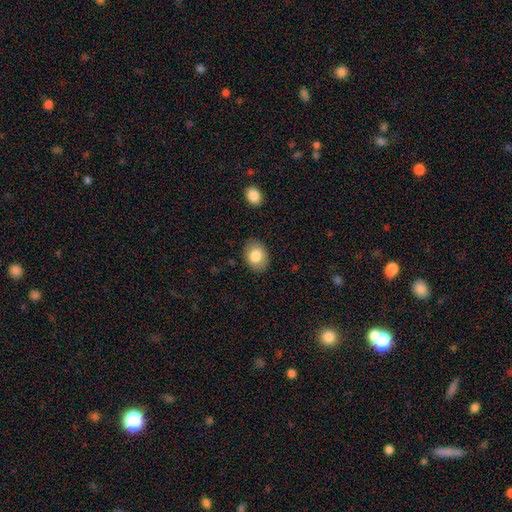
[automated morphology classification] A smooth galaxy with no disk features (82%) that is in between round and cigar-shaped (69%).

Vote fractions:
- Smooth or featured? smooth: 82% / featured or disk: 11% / star or artifact: 7%
- How rounded? in between: 69% / round: 30% / cigar-shaped: 1%
- Merging? none: 85% / minor disturbance: 11% / major disturbance: 3% / merger: 1%